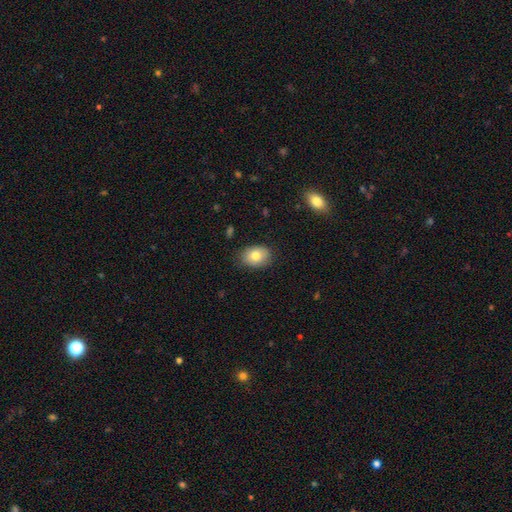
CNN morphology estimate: A smooth galaxy with no disk features (80%) that is in between round and cigar-shaped (74%).

Vote fractions:
- Smooth or featured? smooth: 80% / featured or disk: 12% / star or artifact: 8%
- How rounded? in between: 74% / round: 25% / cigar-shaped: 1%
- Merging? none: 83% / minor disturbance: 13% / major disturbance: 3% / merger: 1%